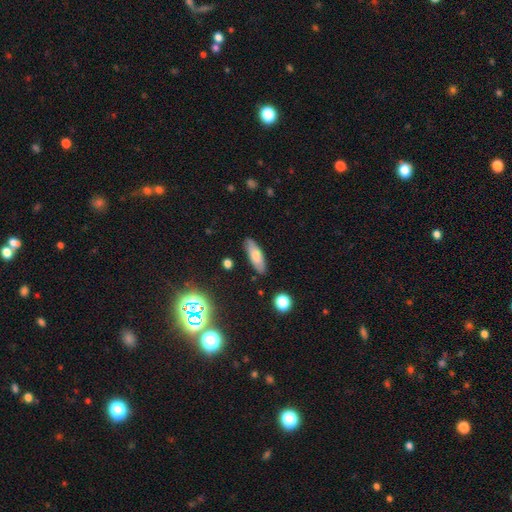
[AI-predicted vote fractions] This is likely a smooth galaxy (75%). How rounded: possibly in between (55%). Merging: clearly none (85%).